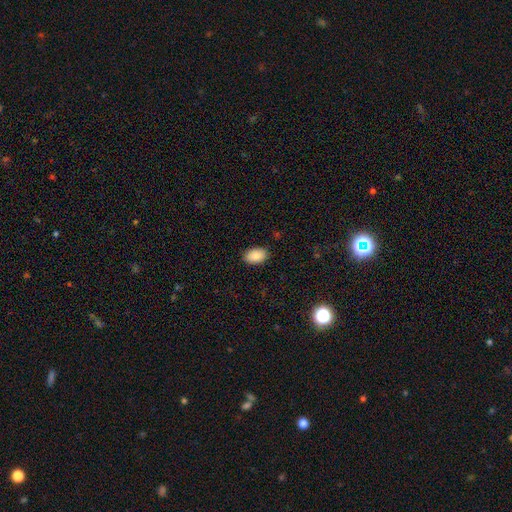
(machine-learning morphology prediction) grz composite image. It shows a smooth galaxy with no disk features (88%) that is in between round and cigar-shaped (92%). Merging: none (87%).